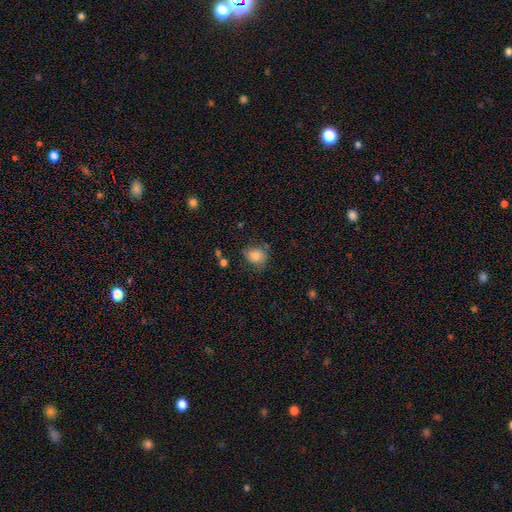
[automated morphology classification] smooth 77%, featured or disk 14%, star or artifact 9%. Down the decision tree: how rounded — round (60%); merging — none (57%).